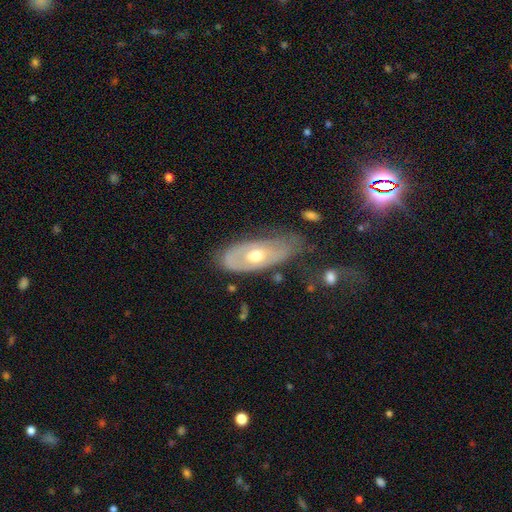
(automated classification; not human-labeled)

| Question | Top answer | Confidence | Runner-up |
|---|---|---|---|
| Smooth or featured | featured or disk | 63% | smooth (31%) |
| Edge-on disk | no | 84% | yes (16%) |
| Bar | no | 82% | weak (14%) |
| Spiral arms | no | 58% | yes (42%) |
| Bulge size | moderate | 74% | small (17%) |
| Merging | none | 56% | minor disturbance (29%) |